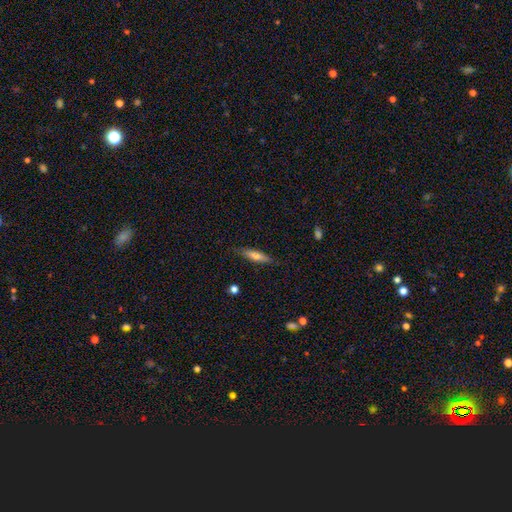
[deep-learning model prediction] smooth-or-featured: smooth: 59% | featured or disk: 35% | star or artifact: 6%
  how-rounded: cigar-shaped: 75% | in between: 23% | round: 2%
  merging: none: 85% | minor disturbance: 12% | major disturbance: 2% | merger: 1%